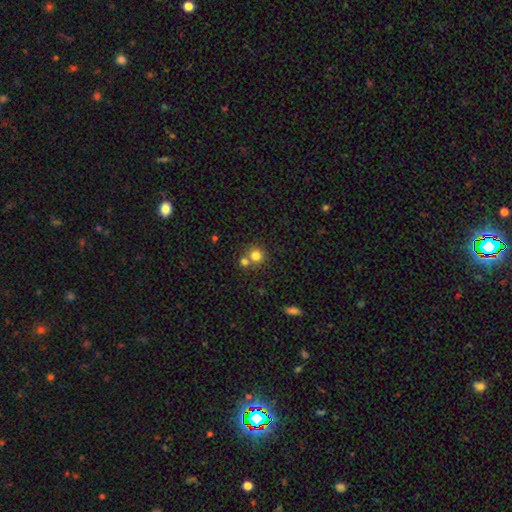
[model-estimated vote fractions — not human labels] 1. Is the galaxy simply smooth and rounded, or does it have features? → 79% smooth, 12% star or artifact, 8% featured or disk.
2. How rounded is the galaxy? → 91% round, 8% in between, 1% cigar-shaped.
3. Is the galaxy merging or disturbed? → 56% none, 35% merger, 6% minor disturbance, 3% major disturbance.